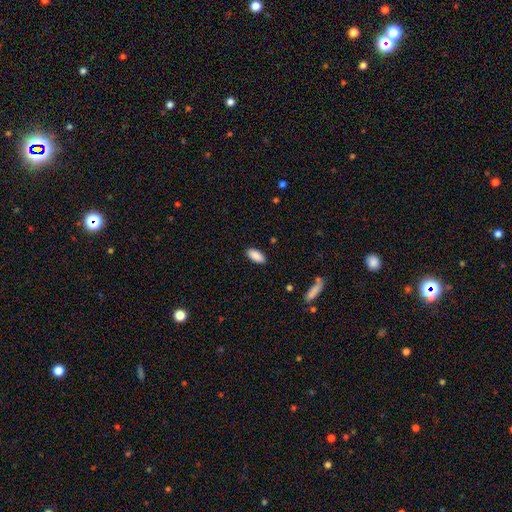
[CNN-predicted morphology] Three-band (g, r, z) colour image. It shows a smooth galaxy with no disk features (89%) that is in between round and cigar-shaped (88%). Merging: none (88%).